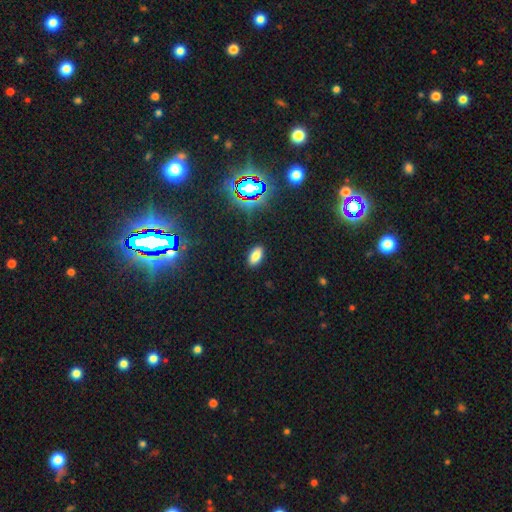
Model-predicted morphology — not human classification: Q: Smooth or featured?
A: smooth (78%); runner-up: star or artifact (16%)
Q: How rounded?
A: in between (92%); runner-up: round (4%)
Q: Merging?
A: none (89%); runner-up: minor disturbance (7%)